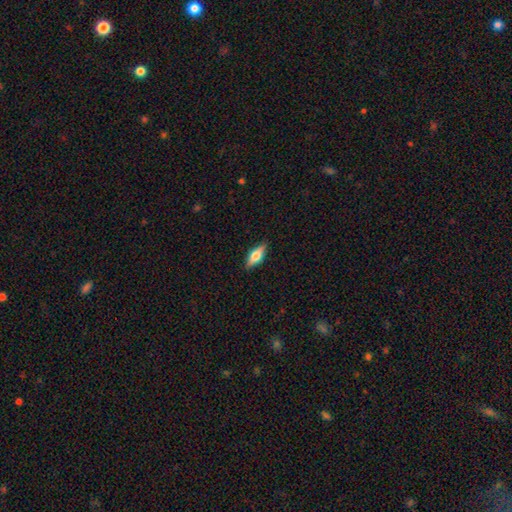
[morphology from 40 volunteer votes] This appears to be a featured or disk galaxy (57%) viewed edge-on (96%) with a rounded central bulge (77%). Merging: none (87%).